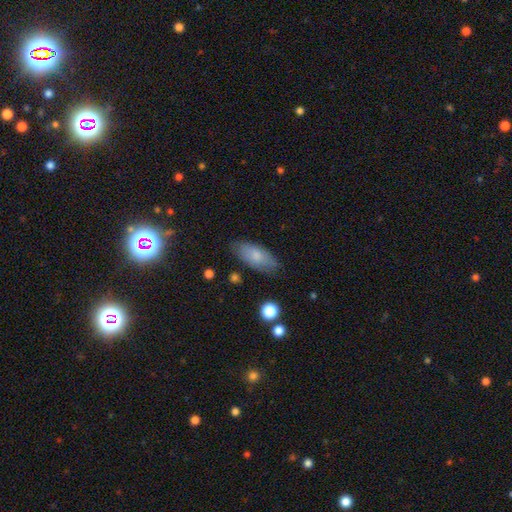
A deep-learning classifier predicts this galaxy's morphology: A smooth galaxy with no disk features (75%) that is in between round and cigar-shaped (87%).

Vote fractions:
- Smooth or featured? smooth: 75% / featured or disk: 19% / star or artifact: 7%
- How rounded? in between: 87% / cigar-shaped: 11% / round: 2%
- Merging? none: 78% / minor disturbance: 17% / major disturbance: 4% / merger: 2%